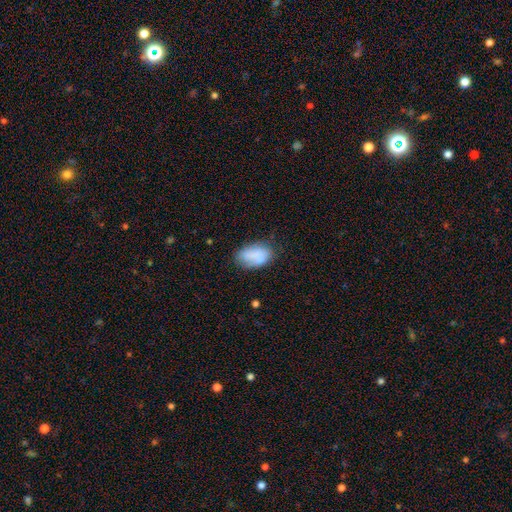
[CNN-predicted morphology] smooth_or_featured: smooth (p=0.75) [alt: featured or disk p=0.17]
how_rounded: in between (p=0.92) [alt: round p=0.07]
merging: none (p=0.59) [alt: minor disturbance p=0.26]